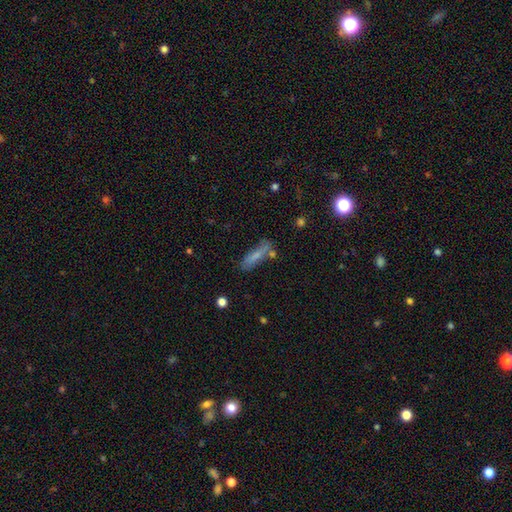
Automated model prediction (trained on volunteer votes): smooth 64%, featured or disk 26%, star or artifact 10%. Down the decision tree: how rounded — cigar-shaped (67%); merging — none (62%).